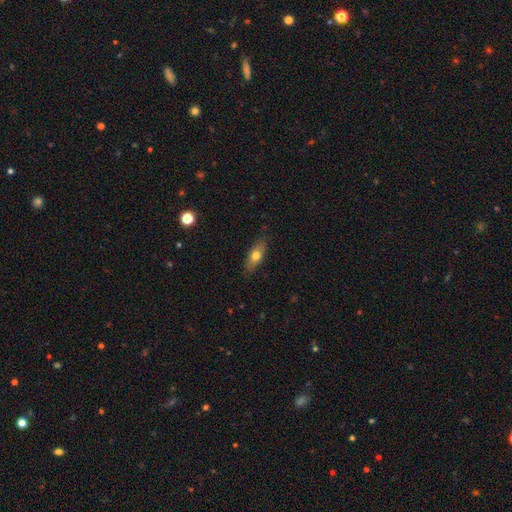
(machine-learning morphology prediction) The model was most divided on "smooth or featured": smooth: 67%, featured or disk: 25%, star or artifact: 7%. More confident: merging — none (85%); how rounded — in between (71%).